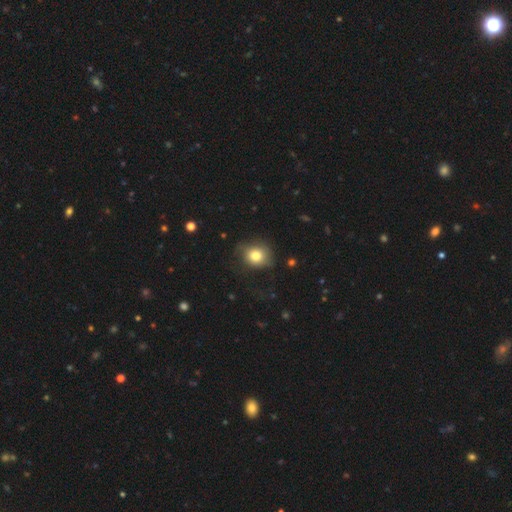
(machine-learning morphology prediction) smooth-or-featured: smooth: 79% | featured or disk: 10% | star or artifact: 10%
  how-rounded: round: 75% | in between: 24% | cigar-shaped: 1%
  merging: none: 67% | minor disturbance: 23% | major disturbance: 9% | merger: 2%